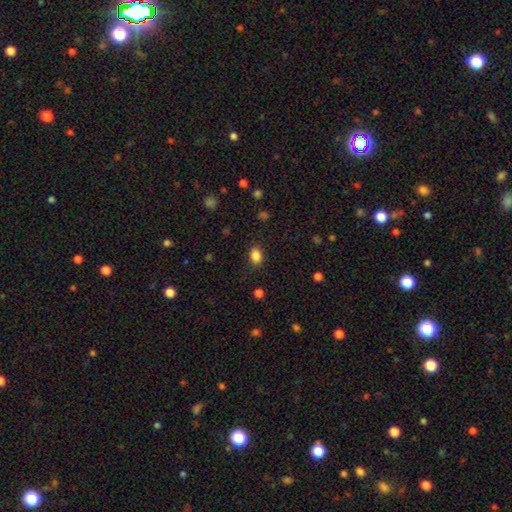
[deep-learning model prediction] Morphology: type=smooth (86%); roundness=in between (71%); merging=none (86%).